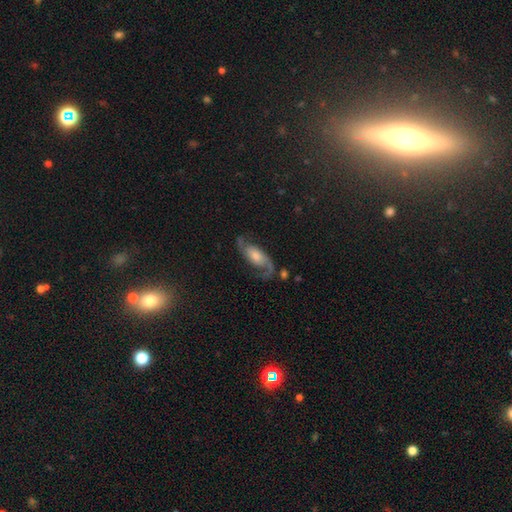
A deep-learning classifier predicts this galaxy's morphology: Overall: featured or disk (80%). Edge-on disk: no (93%). Bar: no (59%; weak 31%). Spiral arms: yes (95%). Spiral arm count: 2 (89%). Spiral winding: loose (44%; medium 41%). Bulge size: moderate (49%; small 27%). Merging: none (70%).